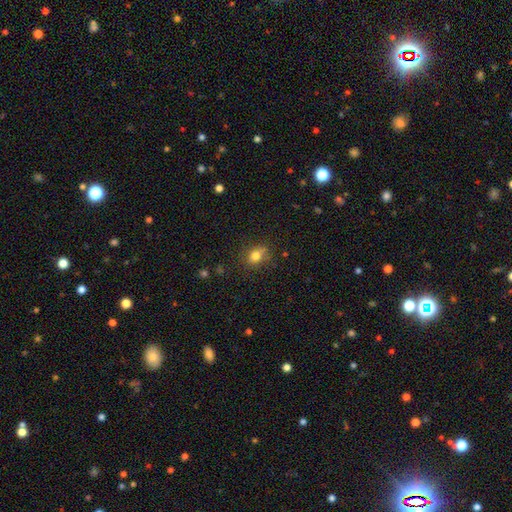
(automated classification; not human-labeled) This is likely a smooth galaxy (79%). How rounded: possibly round (54%). Merging: likely none (69%).